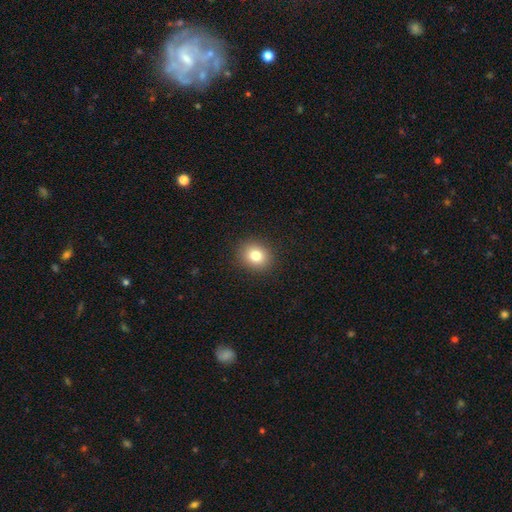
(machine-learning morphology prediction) Overall: smooth (81%). How rounded: round (69%; in between 30%). Merging: none (91%).